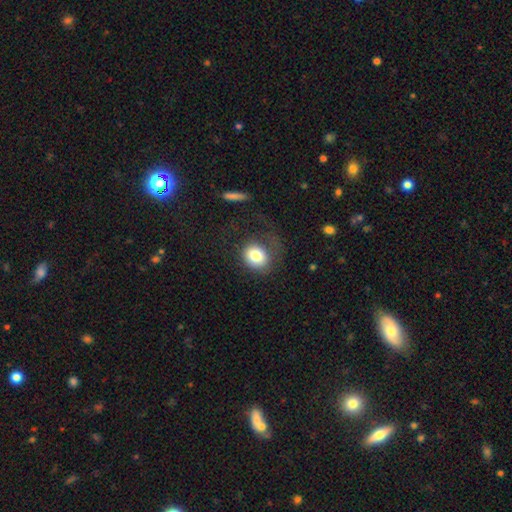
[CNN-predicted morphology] smooth 78%, featured or disk 13%, star or artifact 10%. Down the decision tree: how rounded — round (72%); merging — none (54%).